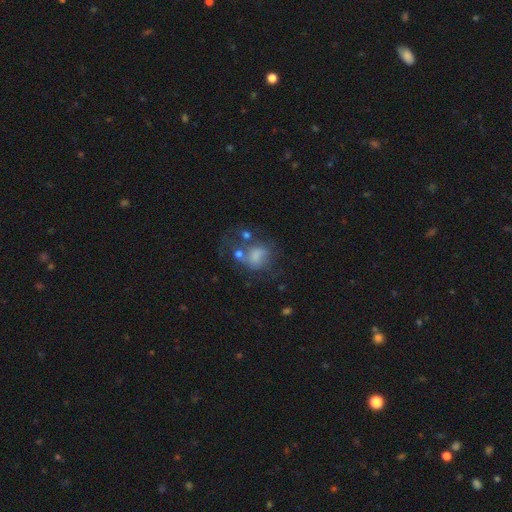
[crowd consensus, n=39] smooth_or_featured: featured or disk (p=0.51) [alt: smooth p=0.49]
disk_edge_on: no (p=0.95) [alt: yes p=0.05]
bar: no (p=0.79) [alt: weak p=0.16]
has_spiral_arms: no (p=0.79) [alt: yes p=0.21]
bulge_size: none (p=0.53) [alt: large p=0.37]
merging: major disturbance (p=0.38) [alt: merger p=0.23]